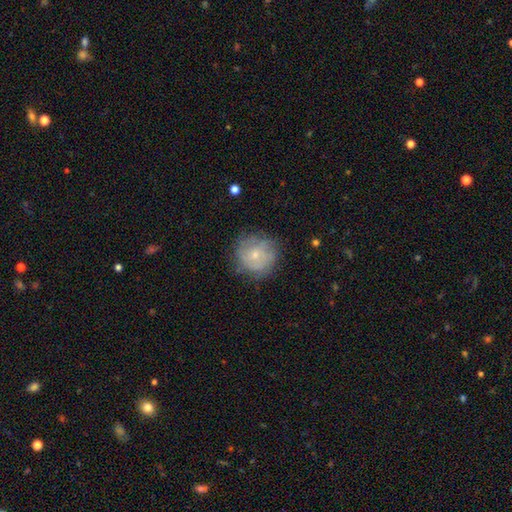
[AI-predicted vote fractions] Smooth or featured?
  - smooth: 46% *
  - featured or disk: 45%
  - star or artifact: 9%
Merging?
  - none: 70% *
  - minor disturbance: 20%
  - major disturbance: 8%
  - merger: 2%